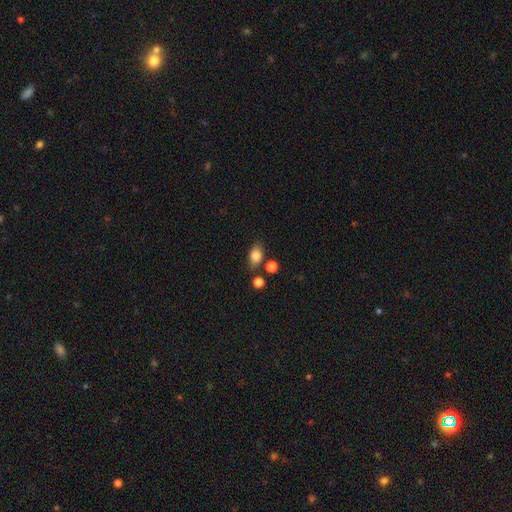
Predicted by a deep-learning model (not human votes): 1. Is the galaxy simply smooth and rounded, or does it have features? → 82% smooth, 10% star or artifact, 8% featured or disk.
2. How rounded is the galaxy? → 78% in between, 19% round, 3% cigar-shaped.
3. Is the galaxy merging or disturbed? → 73% none, 14% minor disturbance, 9% merger, 4% major disturbance.